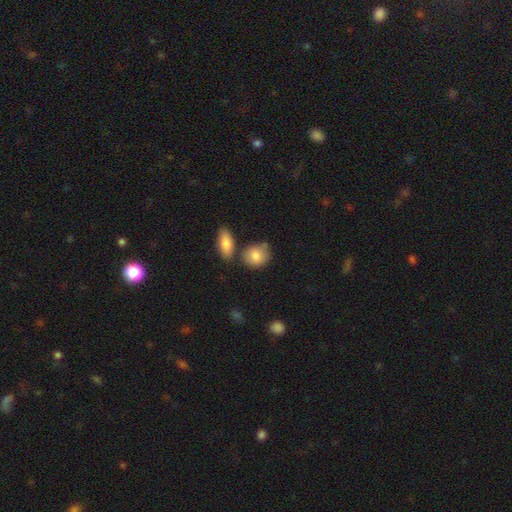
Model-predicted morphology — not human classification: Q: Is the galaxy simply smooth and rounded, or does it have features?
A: smooth — 85%.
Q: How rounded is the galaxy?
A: round — 57%.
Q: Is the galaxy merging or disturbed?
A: none — 64%.